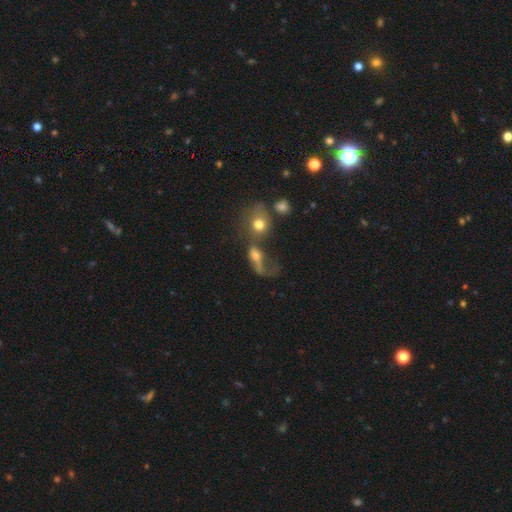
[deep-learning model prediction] Q: Smooth or featured?
A: smooth (53%); runner-up: featured or disk (34%)
Q: How rounded?
A: in between (57%); runner-up: round (35%)
Q: Merging?
A: merger (40%); runner-up: major disturbance (35%)